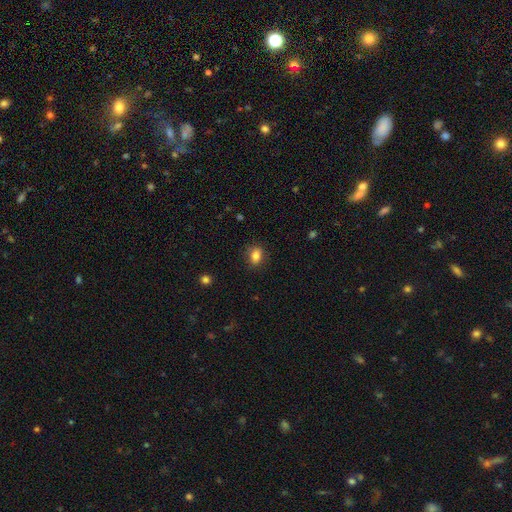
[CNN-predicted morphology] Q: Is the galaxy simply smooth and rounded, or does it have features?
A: smooth — 83%.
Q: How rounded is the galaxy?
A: in between — 64%.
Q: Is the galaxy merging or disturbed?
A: none — 84%.